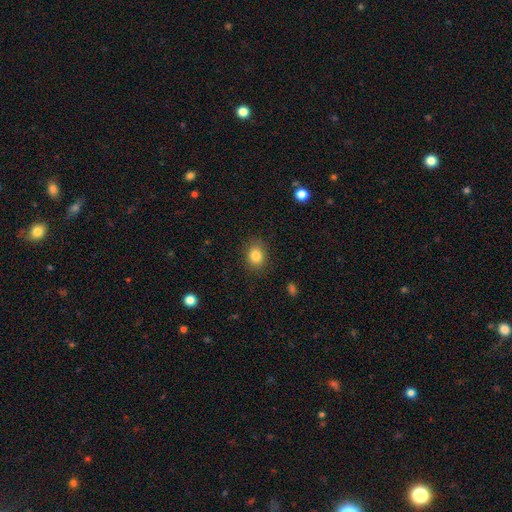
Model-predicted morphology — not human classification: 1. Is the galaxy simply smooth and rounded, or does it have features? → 84% smooth, 10% star or artifact, 6% featured or disk.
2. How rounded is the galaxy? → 52% round, 47% in between, 1% cigar-shaped.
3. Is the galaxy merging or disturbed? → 85% none, 10% minor disturbance, 3% major disturbance, 1% merger.